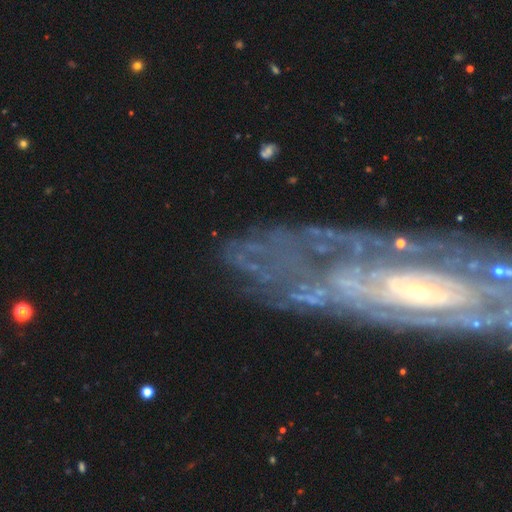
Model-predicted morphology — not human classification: Smooth or featured? featured or disk (81%)
Edge-on disk? no (89%)
Bar? no (67%)
Spiral arms? yes (83%)
Spiral winding? tight (70%)
Spiral arm count? can't tell (44%)
Bulge size? small (65%)
Merging? none (66%)